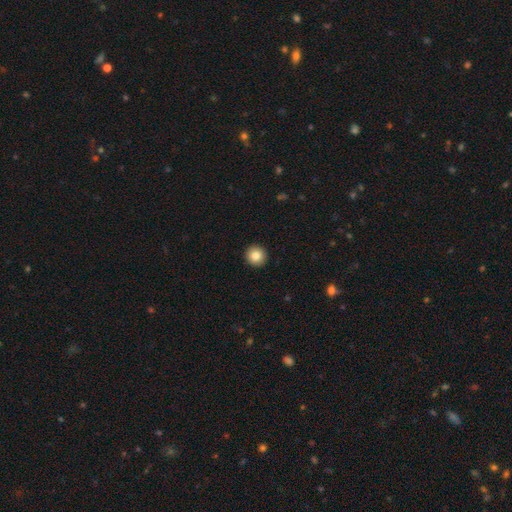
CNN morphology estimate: smooth_or_featured: smooth (p=0.84) [alt: star or artifact p=0.09]
how_rounded: round (p=0.95) [alt: in between p=0.04]
merging: none (p=0.93) [alt: minor disturbance p=0.04]